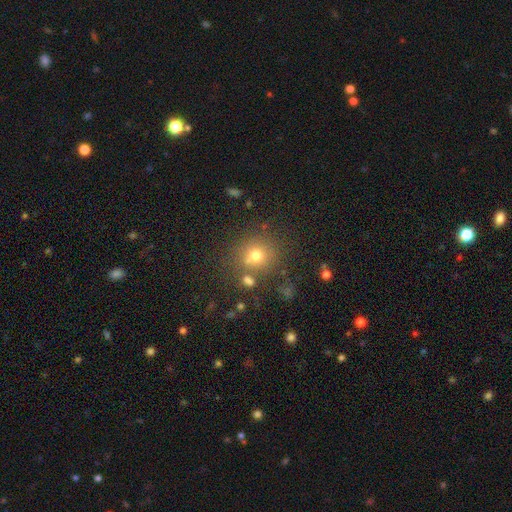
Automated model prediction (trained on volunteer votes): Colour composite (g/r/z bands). It shows a smooth galaxy with no disk features (70%) that is round (86%). Merging: none (71%).